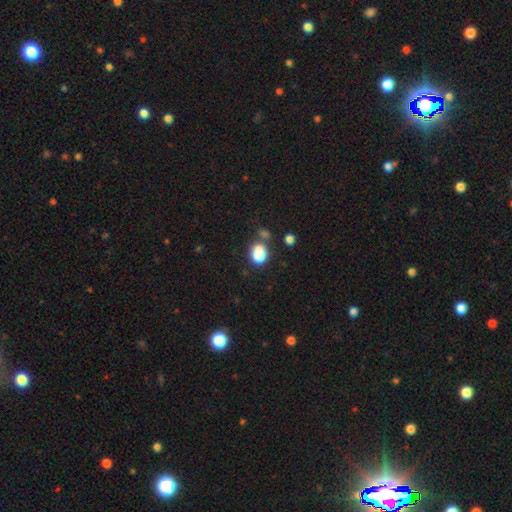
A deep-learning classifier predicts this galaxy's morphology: smooth_or_featured: smooth (p=0.82) [alt: star or artifact p=0.12]
how_rounded: in between (p=0.62) [alt: round p=0.36]
merging: none (p=0.66) [alt: minor disturbance p=0.15]